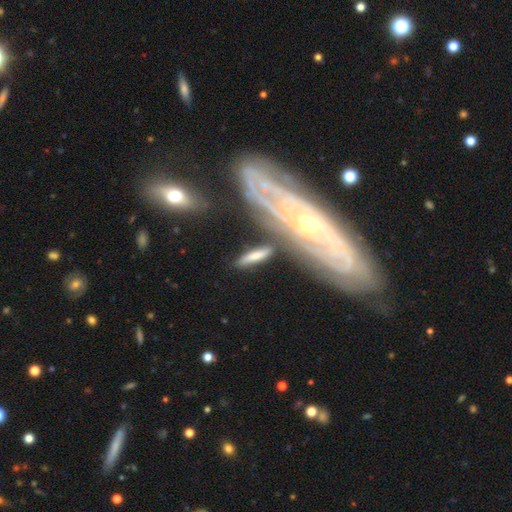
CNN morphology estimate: type=smooth (62%); roundness=cigar-shaped (62%); merging=none (66%).